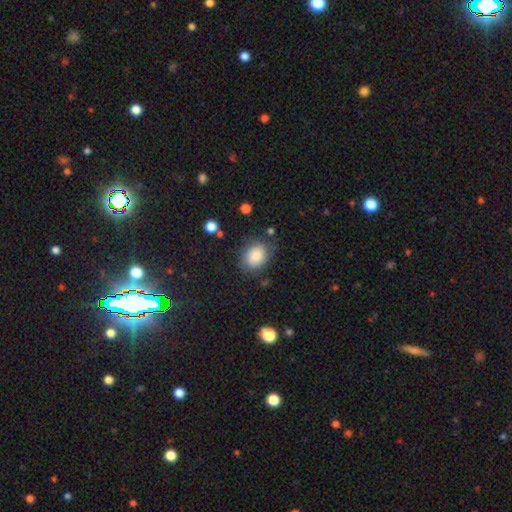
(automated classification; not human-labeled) Smooth or featured: smooth — 83% (featured or disk — 9%)
How rounded: in between — 67% (round — 32%)
Merging: none — 68% (minor disturbance — 21%)